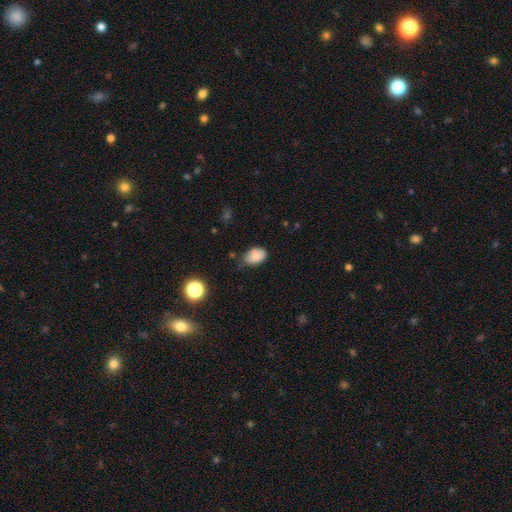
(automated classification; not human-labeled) Smooth or featured: smooth — 84% (star or artifact — 10%)
How rounded: in between — 82% (round — 16%)
Merging: none — 52% (minor disturbance — 38%)